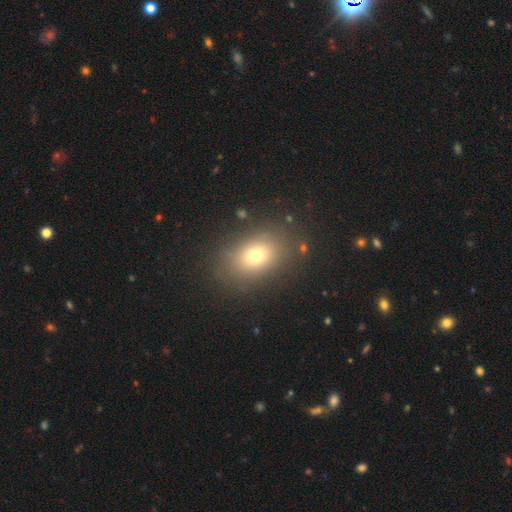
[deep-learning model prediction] Smooth or featured: smooth — 73% (star or artifact — 14%)
How rounded: in between — 73% (round — 26%)
Merging: none — 82% (minor disturbance — 11%)